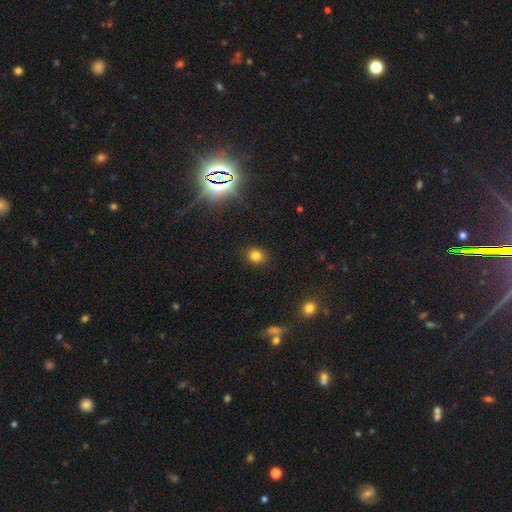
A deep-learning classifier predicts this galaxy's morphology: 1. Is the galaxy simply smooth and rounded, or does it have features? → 78% smooth, 16% star or artifact, 6% featured or disk.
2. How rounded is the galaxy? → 70% round, 29% in between, 1% cigar-shaped.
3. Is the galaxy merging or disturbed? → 87% none, 9% minor disturbance, 3% major disturbance, 1% merger.